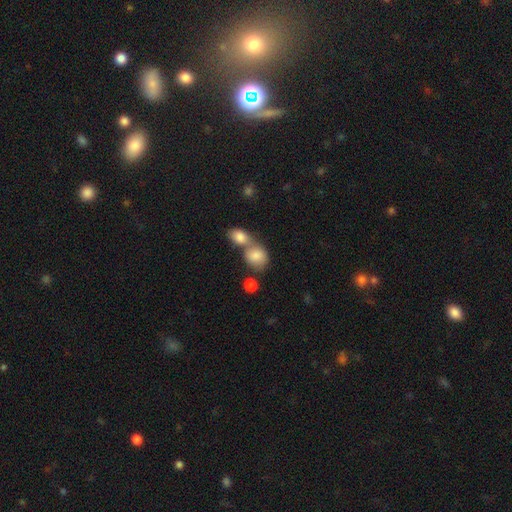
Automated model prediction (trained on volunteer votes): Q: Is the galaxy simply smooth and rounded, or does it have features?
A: smooth — 84%.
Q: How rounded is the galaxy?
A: round — 52%.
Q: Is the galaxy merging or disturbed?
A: merger — 61%.